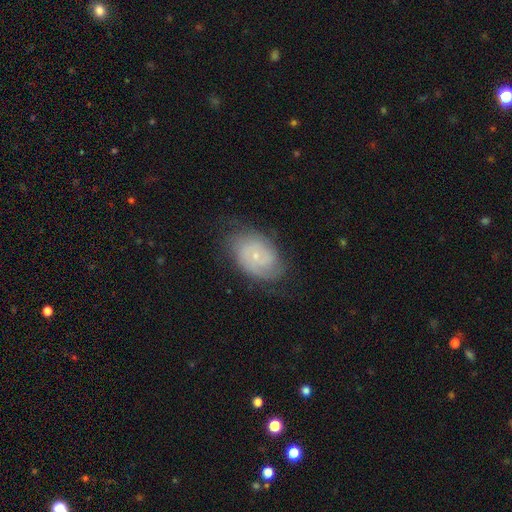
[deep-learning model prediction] Smooth or featured: featured or disk — 70% (smooth — 23%)
Edge-on disk: no — 97% (yes — 3%)
Bar: no — 73% (weak — 24%)
Spiral arms: yes — 89% (no — 11%)
Spiral winding: tight — 60% (medium — 30%)
Spiral arm count: can't tell — 40% (2 — 34%)
Bulge size: small — 81% (moderate — 15%)
Merging: none — 70% (minor disturbance — 21%)